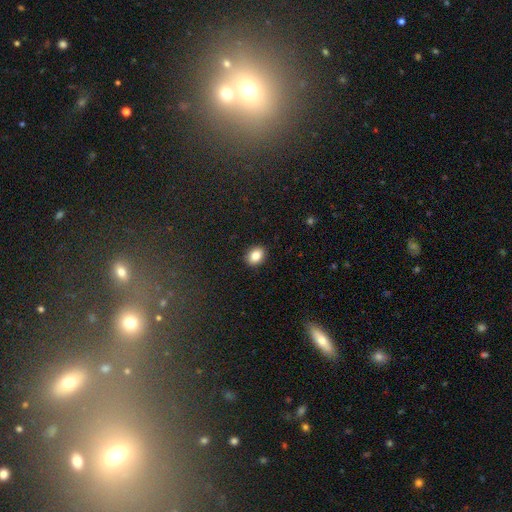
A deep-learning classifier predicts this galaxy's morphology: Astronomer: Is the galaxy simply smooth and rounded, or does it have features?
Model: smooth — 84%.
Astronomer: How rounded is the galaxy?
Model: in between — 63%.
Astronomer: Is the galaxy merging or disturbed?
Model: none — 90%.